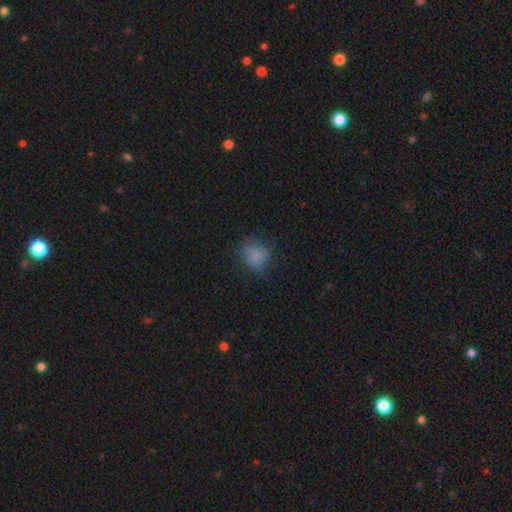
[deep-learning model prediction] This is likely a smooth galaxy (76%). How rounded: likely round (64%). Merging: possibly none (59%).